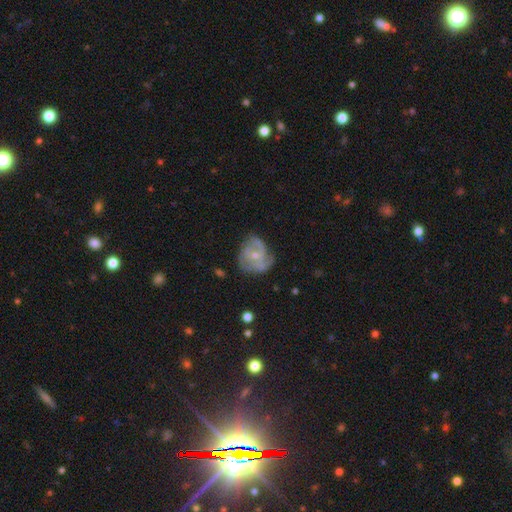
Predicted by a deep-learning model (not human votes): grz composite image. It shows a featured or disk galaxy (73%) with no bar (72%), 3 (35%) tight (45%) spiral arms (84%) and a small central bulge (59%). Merging: none (54%).